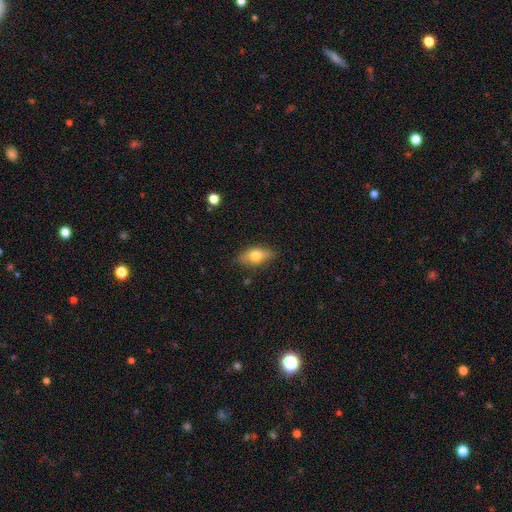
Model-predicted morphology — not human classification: Smooth or featured?
  - smooth: 66% *
  - featured or disk: 27%
  - star or artifact: 7%
How rounded?
  - in between: 81% *
  - cigar-shaped: 13%
  - round: 6%
Merging?
  - none: 84% *
  - minor disturbance: 12%
  - major disturbance: 2%
  - merger: 1%